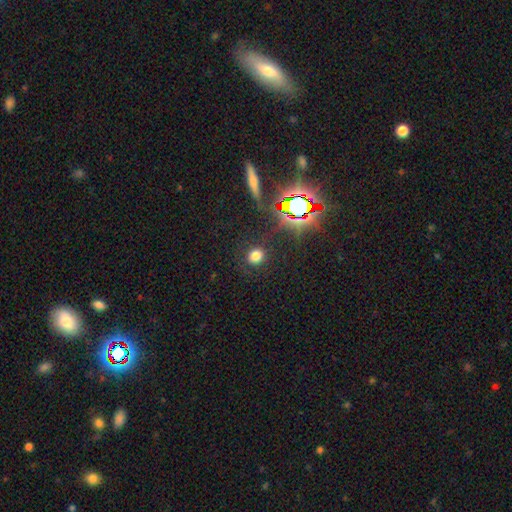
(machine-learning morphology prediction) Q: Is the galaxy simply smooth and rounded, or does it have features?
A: smooth — 73%.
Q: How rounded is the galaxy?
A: round — 84%.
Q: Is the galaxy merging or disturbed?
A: none — 88%.